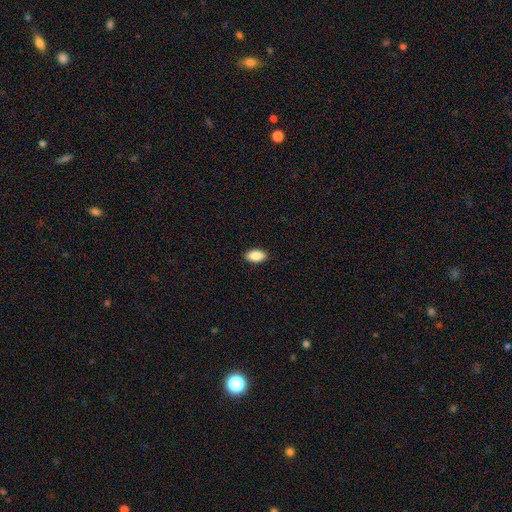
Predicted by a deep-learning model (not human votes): This is clearly a smooth galaxy (88%). How rounded: clearly in between (93%). Merging: clearly none (90%).